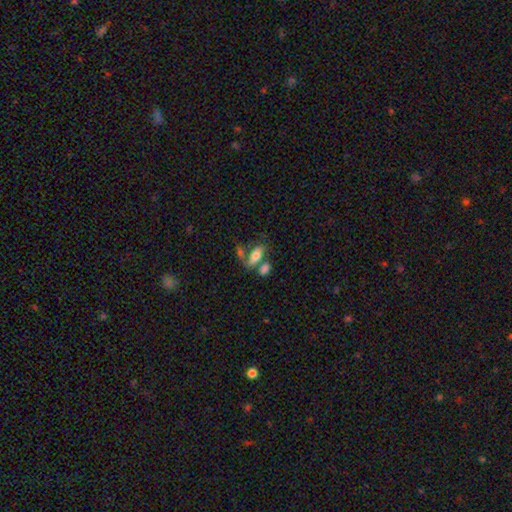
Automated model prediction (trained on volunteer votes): smooth-or-featured: smooth: 65% | featured or disk: 26% | star or artifact: 9%
  how-rounded: in between: 79% | cigar-shaped: 16% | round: 5%
  merging: none: 39% | merger: 36% | minor disturbance: 14% | major disturbance: 11%